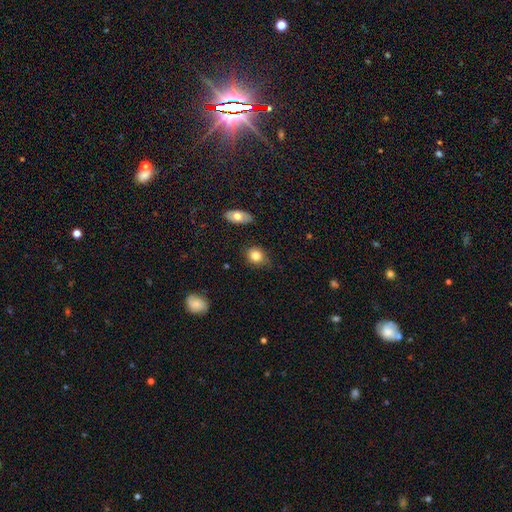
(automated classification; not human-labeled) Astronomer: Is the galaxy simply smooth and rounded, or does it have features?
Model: smooth — 83%.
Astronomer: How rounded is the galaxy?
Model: round — 59% (runner-up: in between, 40%).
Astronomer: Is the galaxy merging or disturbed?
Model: none — 77%.